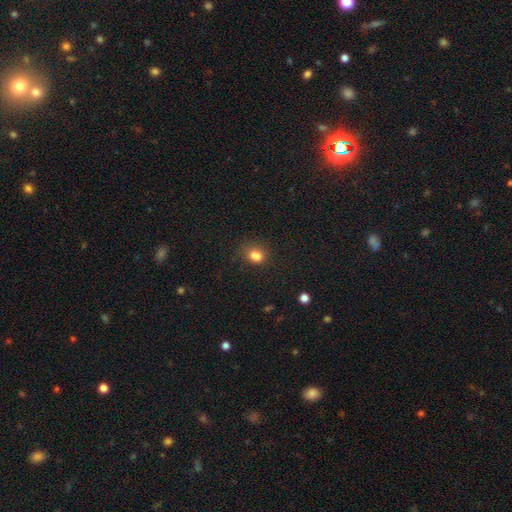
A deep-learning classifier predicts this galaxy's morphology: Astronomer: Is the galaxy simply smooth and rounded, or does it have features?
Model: smooth — 80%.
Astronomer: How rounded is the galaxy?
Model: in between — 51% (runner-up: round, 48%).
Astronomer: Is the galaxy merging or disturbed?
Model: none — 60%.